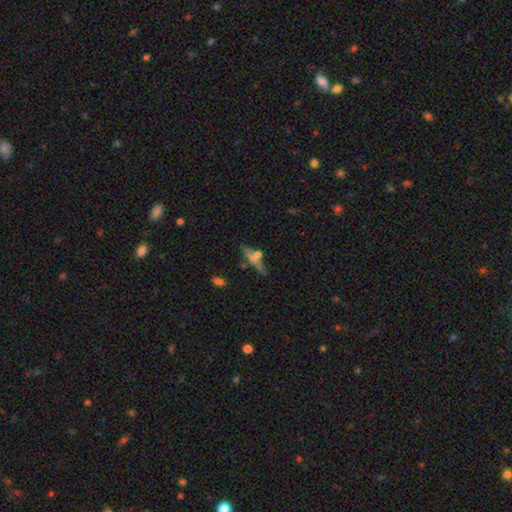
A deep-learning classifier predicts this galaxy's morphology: Smooth or featured? Predicted: smooth (p=0.53). How rounded? Predicted: cigar-shaped (p=0.70). Merging? Predicted: none (p=0.61).